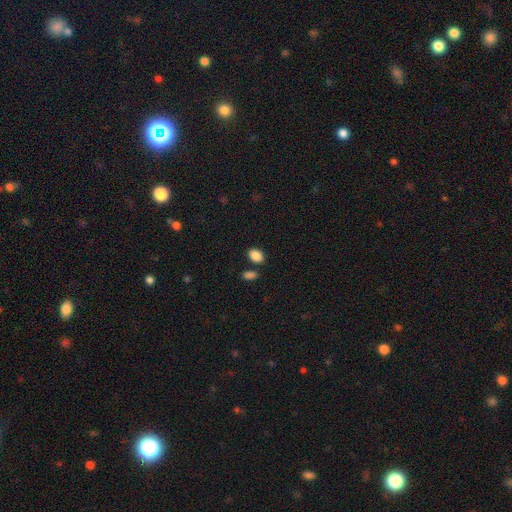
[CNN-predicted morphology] A smooth galaxy with no disk features (88%) that is in between round and cigar-shaped (84%).

Vote fractions:
- Smooth or featured? smooth: 88% / star or artifact: 8% / featured or disk: 4%
- How rounded? in between: 84% / round: 15% / cigar-shaped: 1%
- Merging? none: 79% / minor disturbance: 10% / merger: 9% / major disturbance: 3%